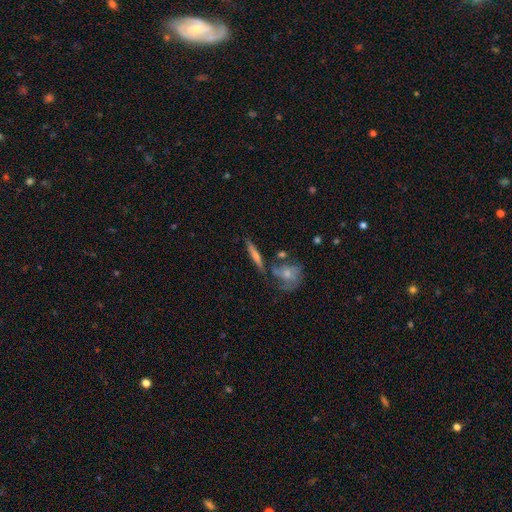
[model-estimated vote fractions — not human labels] A featured or disk galaxy (56%) viewed edge-on (87%). Merging: none (67%).